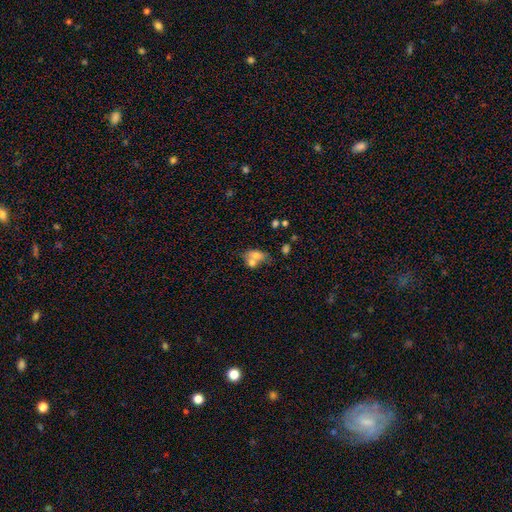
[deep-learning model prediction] Overall: smooth (65%). How rounded: in between (77%). Merging: merger (58%; none 24%).